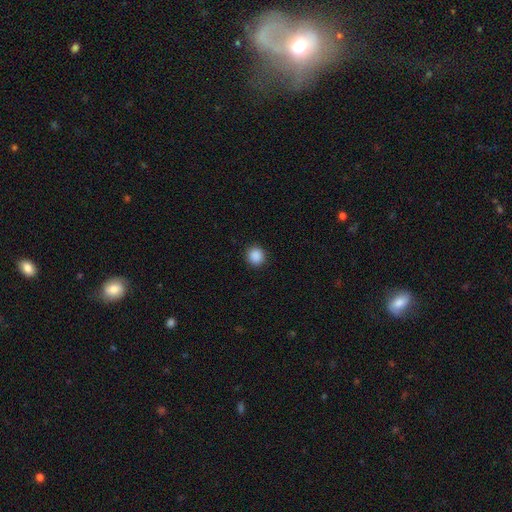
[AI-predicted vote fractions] Morphology: type=smooth (89%); roundness=round (91%); merging=none (92%).